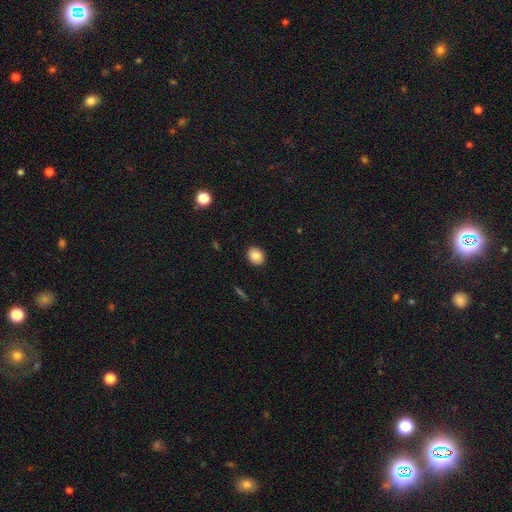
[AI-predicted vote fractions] smooth_or_featured: smooth (p=0.85) [alt: star or artifact p=0.09]
how_rounded: round (p=0.58) [alt: in between p=0.41]
merging: none (p=0.91) [alt: minor disturbance p=0.06]